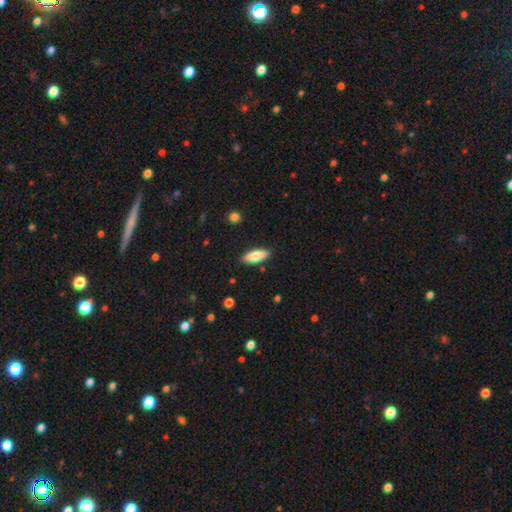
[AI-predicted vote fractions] The model was most divided on "how rounded": in between: 63%, cigar-shaped: 35%, round: 2%. More confident: merging — none (87%); smooth or featured — smooth (79%).